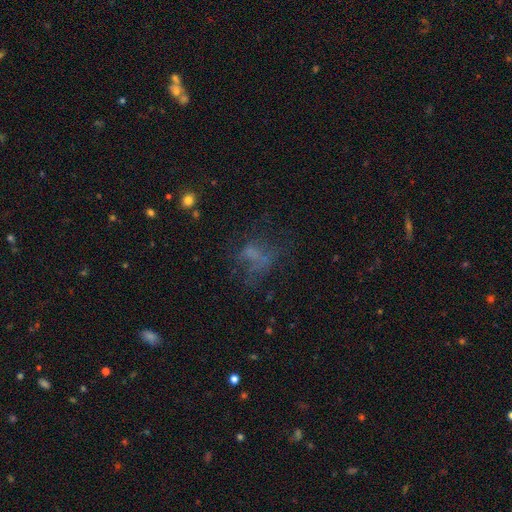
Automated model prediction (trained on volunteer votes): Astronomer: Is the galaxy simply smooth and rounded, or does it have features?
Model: featured or disk — 36%, tied with smooth at 36%.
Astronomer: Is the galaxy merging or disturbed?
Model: none — 42% (runner-up: major disturbance, 35%).